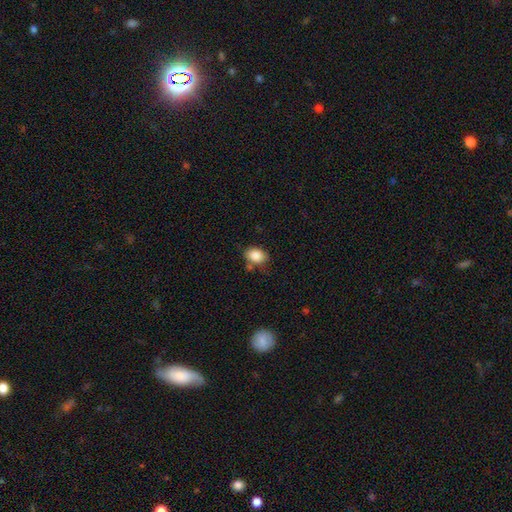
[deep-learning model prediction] Morphology: type=smooth (86%); roundness=in between (74%); merging=none (69%).